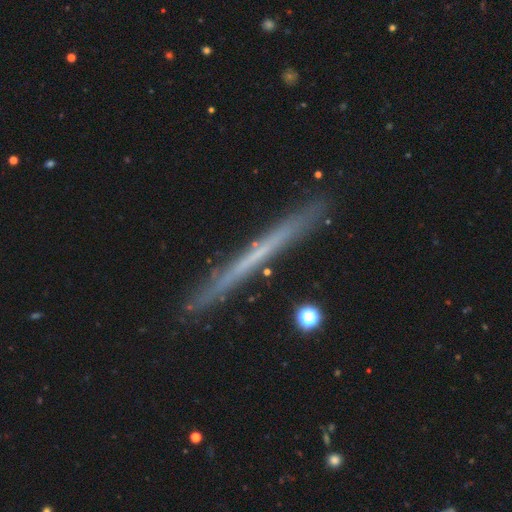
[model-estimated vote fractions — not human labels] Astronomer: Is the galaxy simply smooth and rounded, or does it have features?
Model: featured or disk — 57% (runner-up: smooth, 35%).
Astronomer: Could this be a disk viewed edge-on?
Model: yes — 95%.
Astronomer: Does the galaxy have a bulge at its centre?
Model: none — 94%.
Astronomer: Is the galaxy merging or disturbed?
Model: none — 88%.